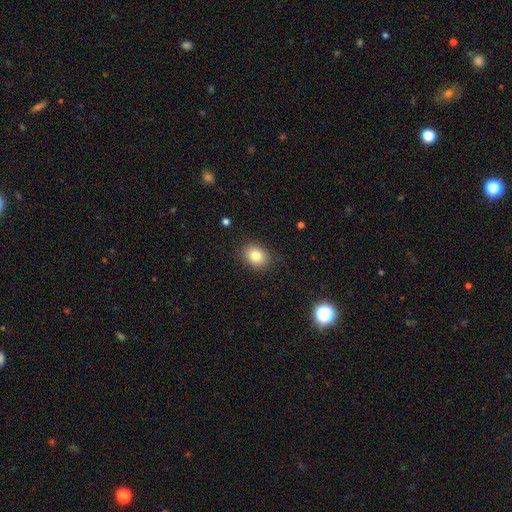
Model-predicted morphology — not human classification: smooth_or_featured: smooth (p=0.81) [alt: star or artifact p=0.10]
how_rounded: in between (p=0.50) [alt: round p=0.49]
merging: none (p=0.85) [alt: minor disturbance p=0.11]